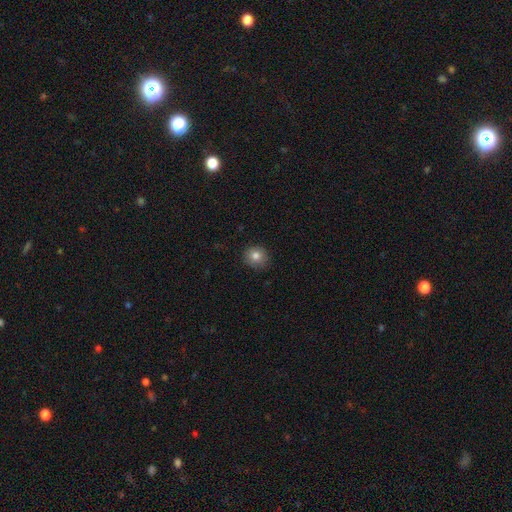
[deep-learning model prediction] Smooth or featured: smooth — 81% (star or artifact — 11%)
How rounded: round — 89% (in between — 10%)
Merging: none — 88% (minor disturbance — 9%)